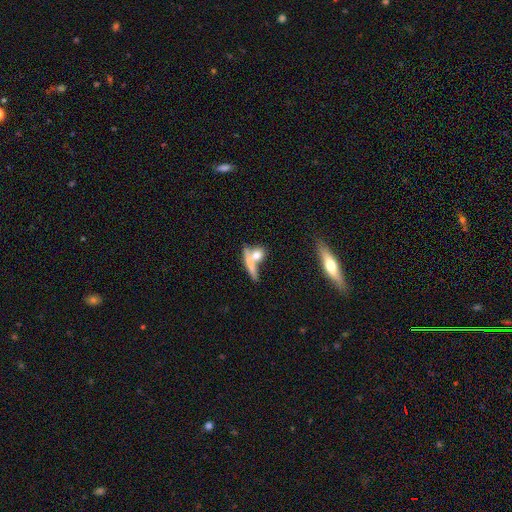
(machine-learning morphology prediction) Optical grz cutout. It shows a smooth galaxy with no disk features (69%) that is round (38%). Merging: none (42%).